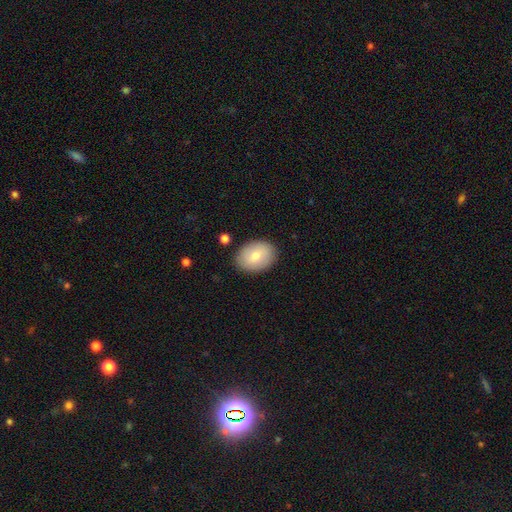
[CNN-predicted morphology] This appears to be a smooth galaxy with no disk features (74%) that is in between round and cigar-shaped (74%). Merging: none (86%).